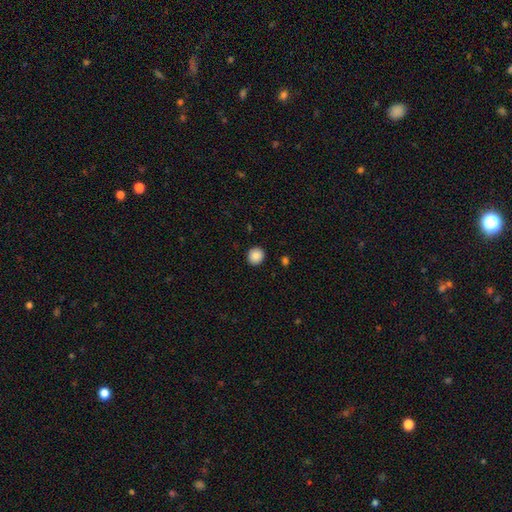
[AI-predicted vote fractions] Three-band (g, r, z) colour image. It shows a smooth galaxy with no disk features (88%) that is round (88%). Merging: none (91%).